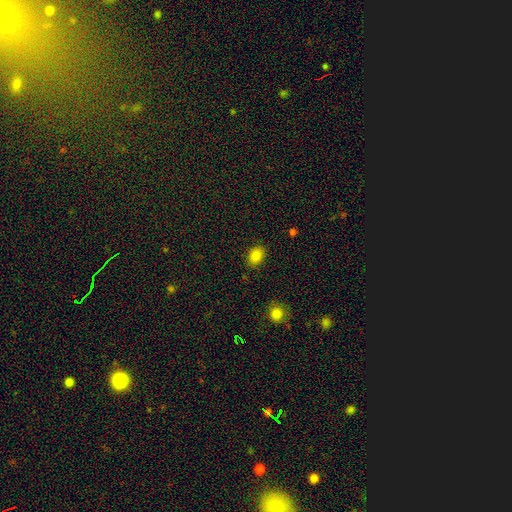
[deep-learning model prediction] Smooth or featured: smooth — 84% (star or artifact — 10%)
How rounded: in between — 74% (round — 25%)
Merging: none — 86% (minor disturbance — 10%)